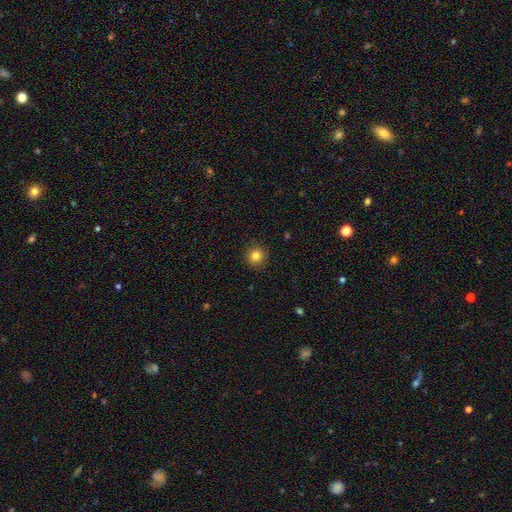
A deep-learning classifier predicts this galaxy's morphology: A smooth galaxy with no disk features (82%) that is round (95%).

Vote fractions:
- Smooth or featured? smooth: 82% / star or artifact: 12% / featured or disk: 6%
- How rounded? round: 95% / in between: 4% / cigar-shaped: 1%
- Merging? none: 92% / minor disturbance: 5% / major disturbance: 2% / merger: 1%